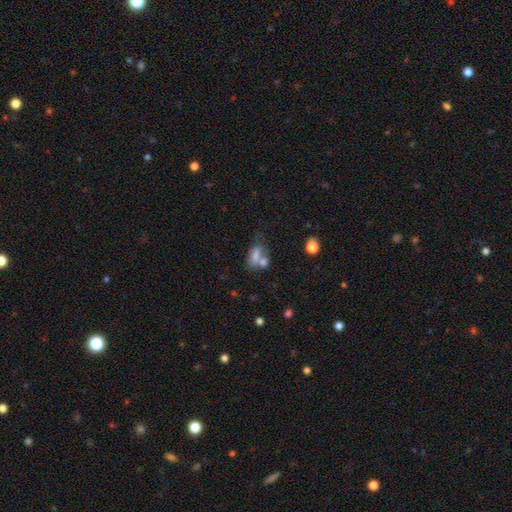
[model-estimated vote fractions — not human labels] This appears to be a smooth galaxy with no disk features (71%) that is in between round and cigar-shaped (79%). Merging: merger (44%).